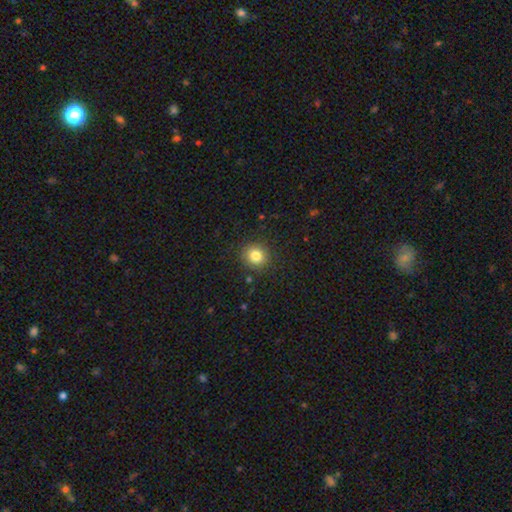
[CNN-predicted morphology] smooth-or-featured: smooth: 82% | star or artifact: 11% | featured or disk: 7%
  how-rounded: round: 81% | in between: 18% | cigar-shaped: 1%
  merging: none: 89% | minor disturbance: 7% | major disturbance: 2% | merger: 1%